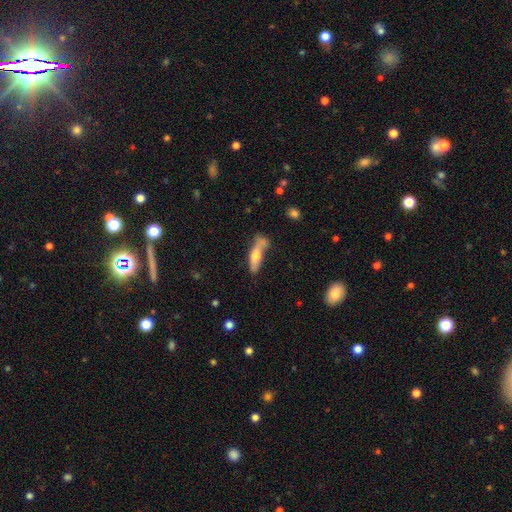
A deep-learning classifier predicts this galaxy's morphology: The model was most divided on "merging": none: 41%, merger: 23%, minor disturbance: 22%, major disturbance: 13%. More confident: smooth or featured — smooth (61%); how rounded — cigar-shaped (60%).